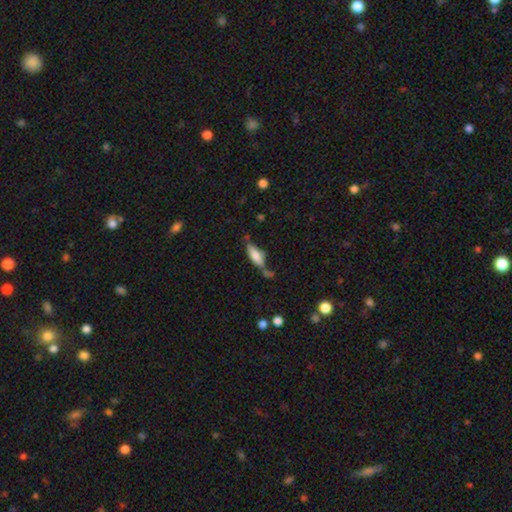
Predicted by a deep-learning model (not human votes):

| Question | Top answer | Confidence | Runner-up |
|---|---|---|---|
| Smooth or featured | smooth | 69% | featured or disk (24%) |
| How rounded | in between | 61% | cigar-shaped (37%) |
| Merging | none | 50% | minor disturbance (26%) |